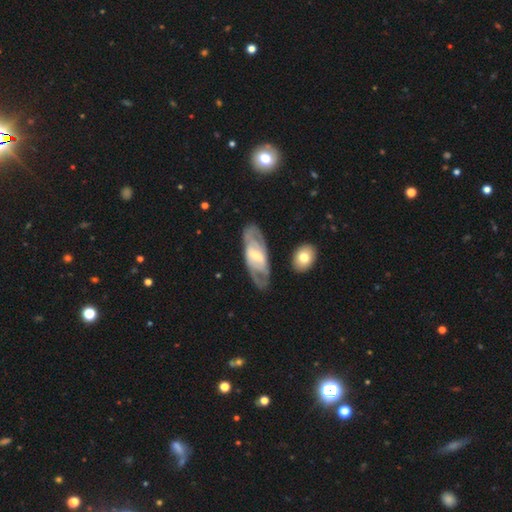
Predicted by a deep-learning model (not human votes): Smooth or featured? Predicted: featured or disk (p=0.74). Edge-on disk? Predicted: no (p=0.87). Bar? Predicted: weak (p=0.42, tied with strong). Spiral arms? Predicted: yes (p=0.74). Bulge size? Predicted: small (p=0.47). Merging? Predicted: none (p=0.70).